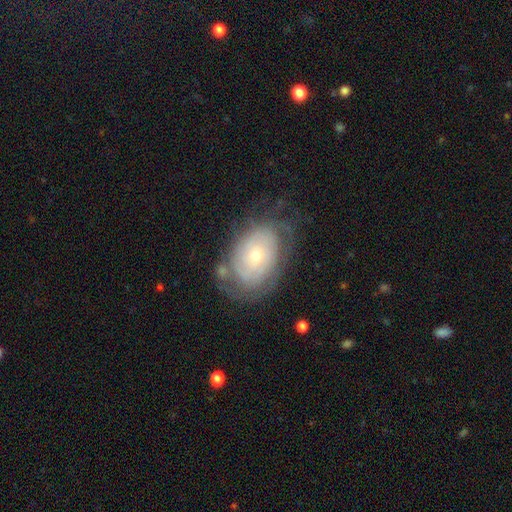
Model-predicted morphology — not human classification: featured or disk 68%, smooth 24%, star or artifact 7%. Down the decision tree: edge-on disk — no (95%); bar — no (83%); spiral arms — yes (78%); spiral arm count — can't tell (58%); spiral winding — tight (72%); bulge size — small (66%); merging — none (61%).